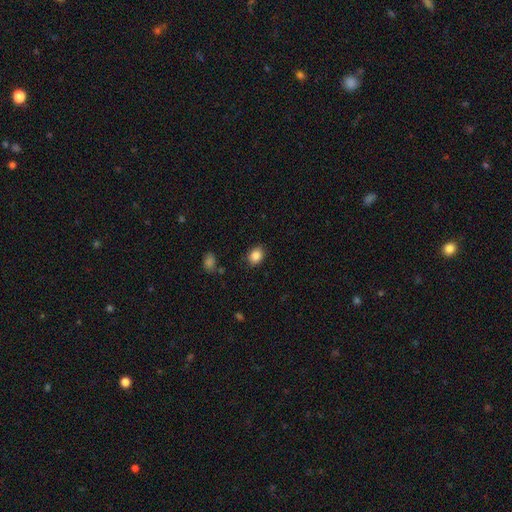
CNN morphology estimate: Smooth or featured: smooth — 86% (star or artifact — 9%)
How rounded: in between — 61% (round — 38%)
Merging: none — 84% (minor disturbance — 12%)